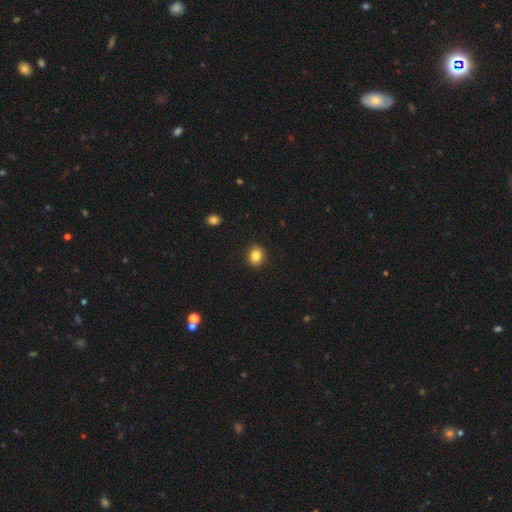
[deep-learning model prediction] A smooth galaxy with no disk features (85%) that is round (63%). Merging: none (91%).